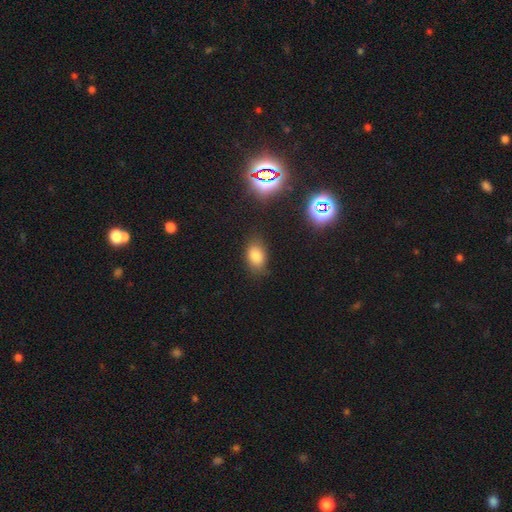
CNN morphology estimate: The model was most divided on "merging": none: 78%, minor disturbance: 16%, major disturbance: 4%, merger: 2%. More confident: how rounded — in between (82%); smooth or featured — smooth (78%).